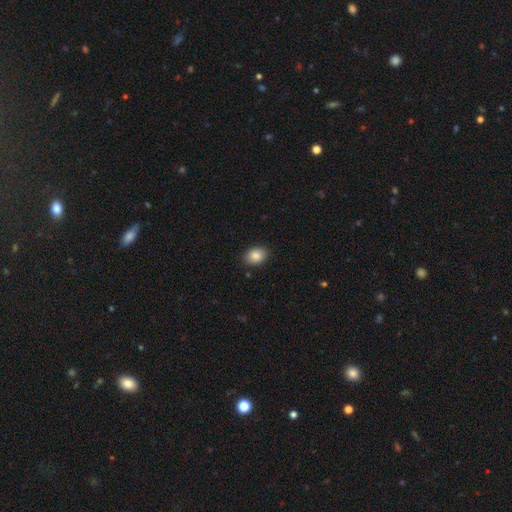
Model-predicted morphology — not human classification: Q: Smooth or featured?
A: smooth (87%); runner-up: star or artifact (8%)
Q: How rounded?
A: in between (73%); runner-up: round (26%)
Q: Merging?
A: none (88%); runner-up: minor disturbance (9%)